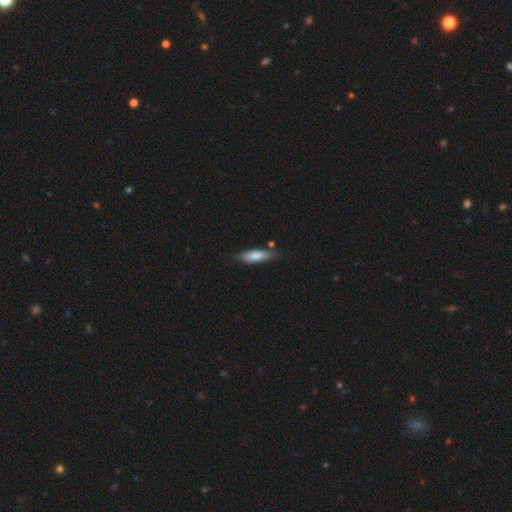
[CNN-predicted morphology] A smooth galaxy with no disk features (78%) that is cigar-shaped (57%).

Vote fractions:
- Smooth or featured? smooth: 78% / featured or disk: 16% / star or artifact: 6%
- How rounded? cigar-shaped: 57% / in between: 41% / round: 2%
- Merging? none: 76% / minor disturbance: 17% / merger: 4% / major disturbance: 3%